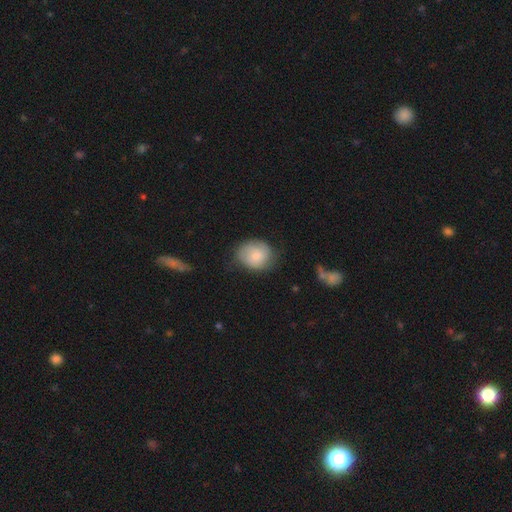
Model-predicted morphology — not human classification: This appears to be a smooth galaxy with no disk features (67%) that is round (61%). Merging: none (62%).